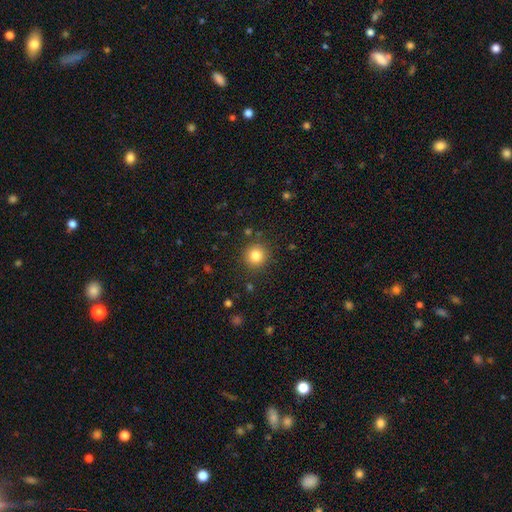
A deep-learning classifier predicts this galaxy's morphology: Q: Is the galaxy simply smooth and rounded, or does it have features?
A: smooth — 82%.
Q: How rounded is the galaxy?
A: round — 93%.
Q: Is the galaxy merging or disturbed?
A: none — 89%.